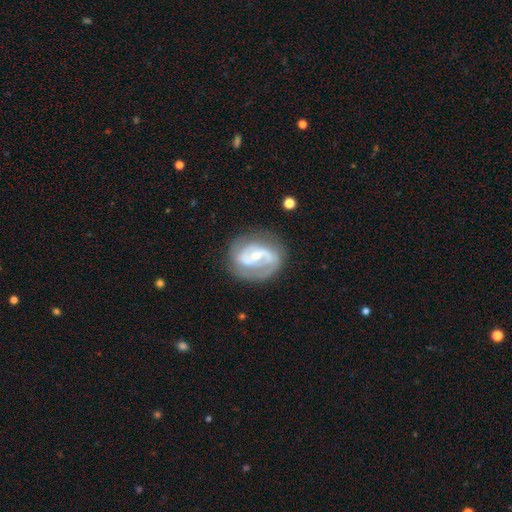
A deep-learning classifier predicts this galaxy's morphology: A featured or disk galaxy (82%) with a weak bar (42%), 2 (72%) medium (46%) spiral arms (90%) and a small central bulge (57%).

Vote fractions:
- Smooth or featured? featured or disk: 82% / smooth: 12% / star or artifact: 5%
- Edge-on disk? no: 97% / yes: 3%
- Bar? weak: 42% / no: 34% / strong: 24%
- Spiral arms? yes: 90% / no: 10%
- Spiral winding? medium: 46% / tight: 34% / loose: 20%
- Spiral arm count? 2: 72% / can't tell: 11% / 1: 10% / 3: 4% / 4: 1% / more than 4: 1%
- Bulge size? small: 57% / moderate: 39% / large: 2% / none: 1% / dominant: 1%
- Merging? none: 69% / minor disturbance: 19% / major disturbance: 10% / merger: 2%